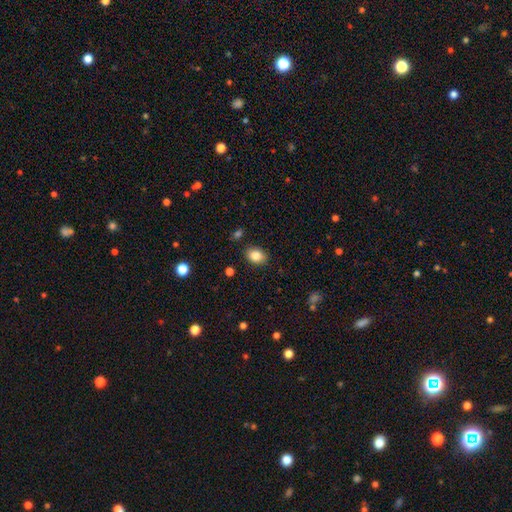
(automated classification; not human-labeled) Morphology: type=smooth (84%); roundness=in between (71%); merging=none (87%).